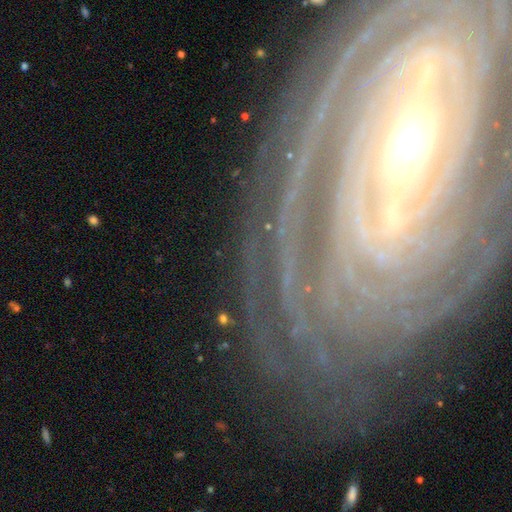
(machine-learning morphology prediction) A featured or disk galaxy (86%) with a strong bar (37%), tight (83%) spiral arms (95%) and a moderate central bulge (55%).

Vote fractions:
- Smooth or featured? featured or disk: 86% / star or artifact: 8% / smooth: 6%
- Edge-on disk? no: 92% / yes: 8%
- Bar? strong: 37% / no: 36% / weak: 26%
- Spiral arms? yes: 95% / no: 5%
- Spiral winding? tight: 83% / medium: 13% / loose: 3%
- Spiral arm count? can't tell: 28% / more than 4: 16% / 2: 16% / 3: 16% / 4: 15% / 1: 10%
- Bulge size? moderate: 55% / small: 33% / large: 8% / dominant: 2% / none: 2%
- Merging? none: 79% / minor disturbance: 13% / major disturbance: 6% / merger: 2%